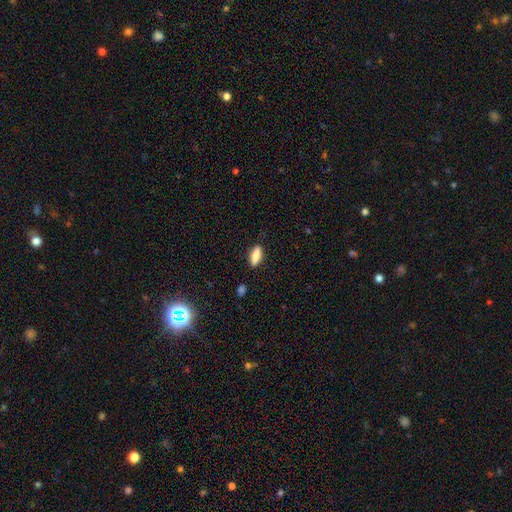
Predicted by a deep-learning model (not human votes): Smooth or featured?
  - smooth: 77% *
  - featured or disk: 16%
  - star or artifact: 7%
How rounded?
  - in between: 65% *
  - cigar-shaped: 32%
  - round: 3%
Merging?
  - none: 85% *
  - minor disturbance: 11%
  - major disturbance: 3%
  - merger: 1%